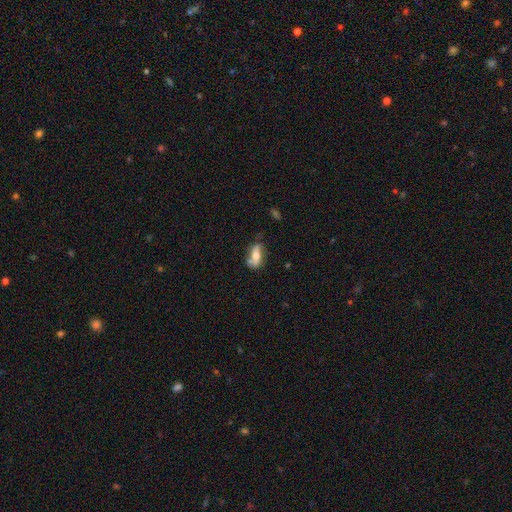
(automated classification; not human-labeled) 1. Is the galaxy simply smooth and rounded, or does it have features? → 49% featured or disk, 43% smooth, 8% star or artifact.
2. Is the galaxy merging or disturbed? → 54% none, 24% minor disturbance, 12% merger, 9% major disturbance.